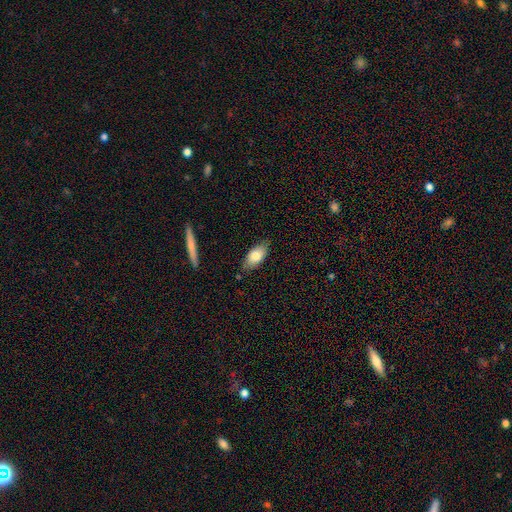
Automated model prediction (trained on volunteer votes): Smooth or featured? smooth (78%)
How rounded? in between (89%)
Merging? none (79%)